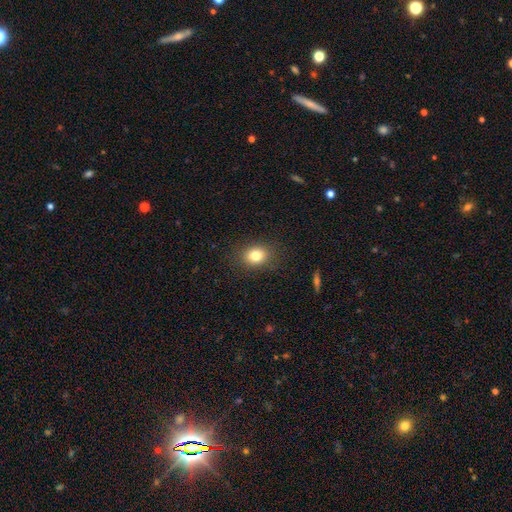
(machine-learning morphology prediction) Overall: smooth (81%). How rounded: round (55%; in between 44%). Merging: none (86%).